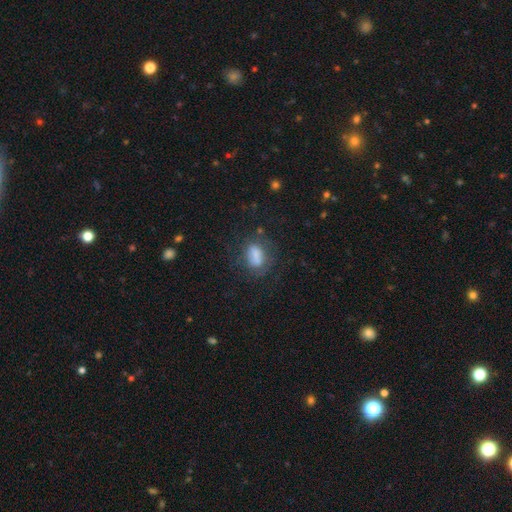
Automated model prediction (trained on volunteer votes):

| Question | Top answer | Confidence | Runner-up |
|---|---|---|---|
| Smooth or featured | smooth | 70% | featured or disk (18%) |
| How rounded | in between | 78% | round (17%) |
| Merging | none | 57% | minor disturbance (22%) |